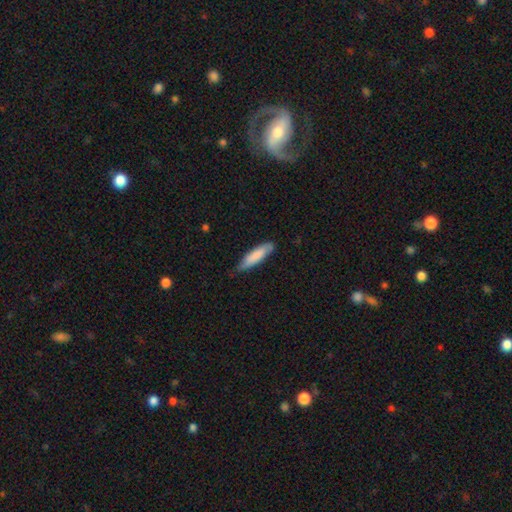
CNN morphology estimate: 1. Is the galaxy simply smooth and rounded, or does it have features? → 80% smooth, 15% featured or disk, 5% star or artifact.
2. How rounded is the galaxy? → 71% cigar-shaped, 28% in between, 1% round.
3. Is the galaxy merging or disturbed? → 72% none, 24% minor disturbance, 3% major disturbance, 1% merger.